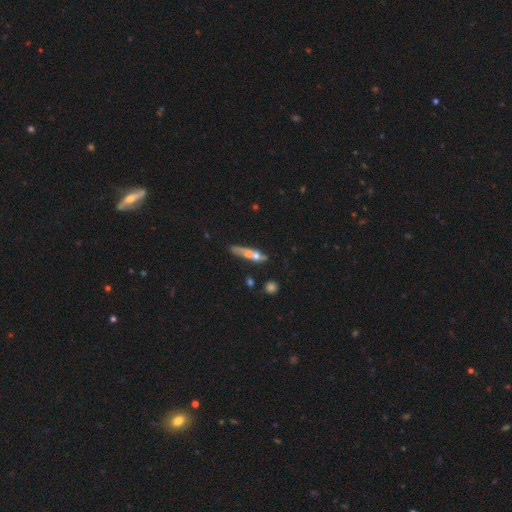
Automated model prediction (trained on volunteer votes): smooth_or_featured: smooth (p=0.52) [alt: featured or disk p=0.39]
how_rounded: cigar-shaped (p=0.82) [alt: in between p=0.15]
merging: none (p=0.38) [alt: minor disturbance p=0.26]